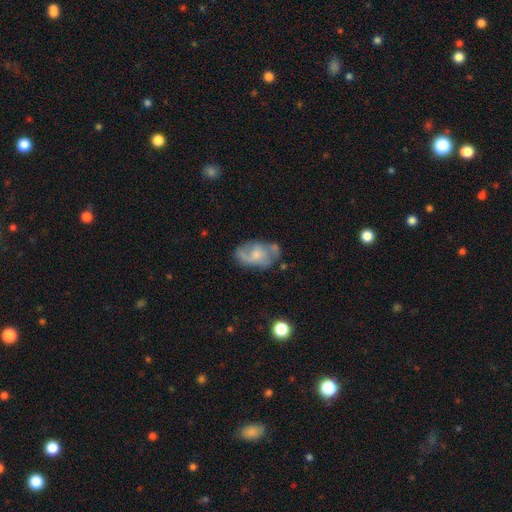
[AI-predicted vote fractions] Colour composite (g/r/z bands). It shows a featured or disk galaxy (60%) with no bar (66%), spiral arms (73%) and a small central bulge (40%). Merging: none (54%).